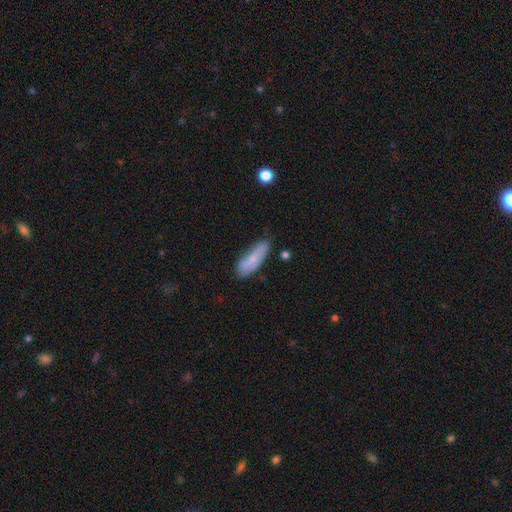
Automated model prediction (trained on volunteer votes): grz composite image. It shows a smooth galaxy with no disk features (75%) that is in between round and cigar-shaped (54%). Merging: none (62%).